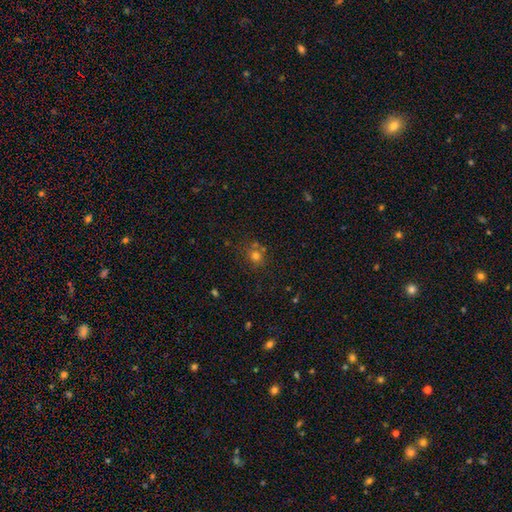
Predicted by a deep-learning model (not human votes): Q: Smooth or featured?
A: smooth (69%); runner-up: star or artifact (22%)
Q: How rounded?
A: round (86%); runner-up: in between (13%)
Q: Merging?
A: none (69%); runner-up: merger (14%)